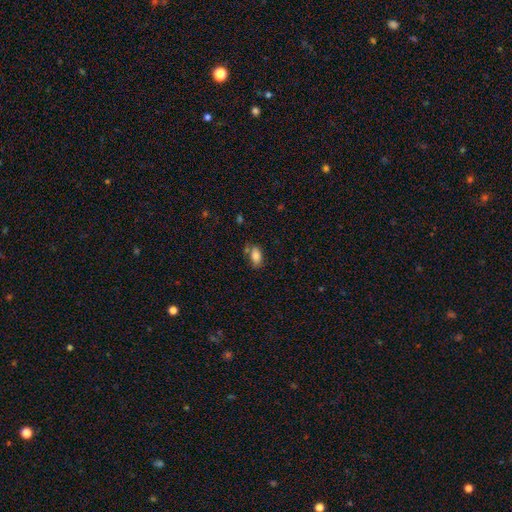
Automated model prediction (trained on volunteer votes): A smooth galaxy with no disk features (81%) that is in between round and cigar-shaped (91%). Merging: none (64%).